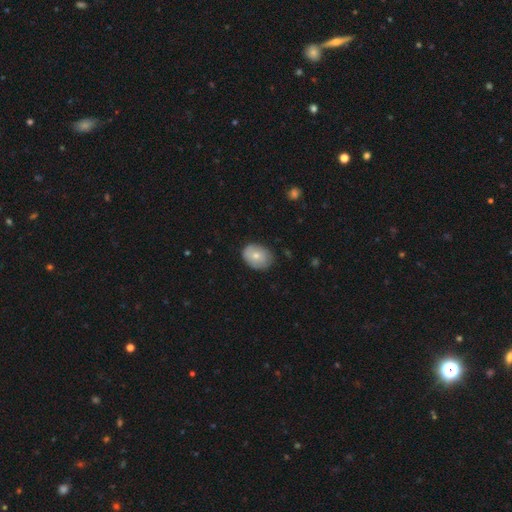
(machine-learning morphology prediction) Overall: smooth (73%). How rounded: in between (62%; round 37%). Merging: none (76%).